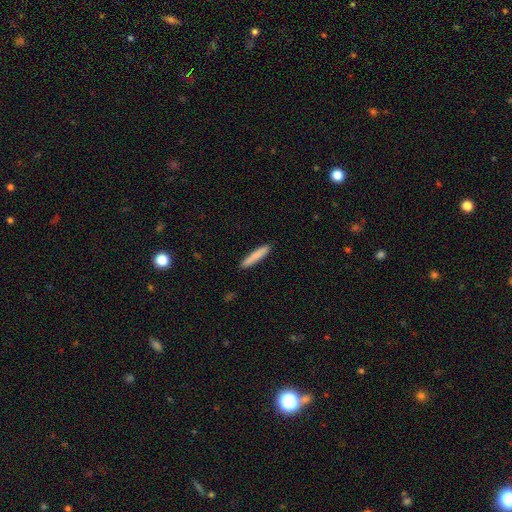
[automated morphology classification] The model was most divided on "smooth or featured": smooth: 84%, featured or disk: 11%, star or artifact: 6%. More confident: how rounded — cigar-shaped (93%); merging — none (91%).